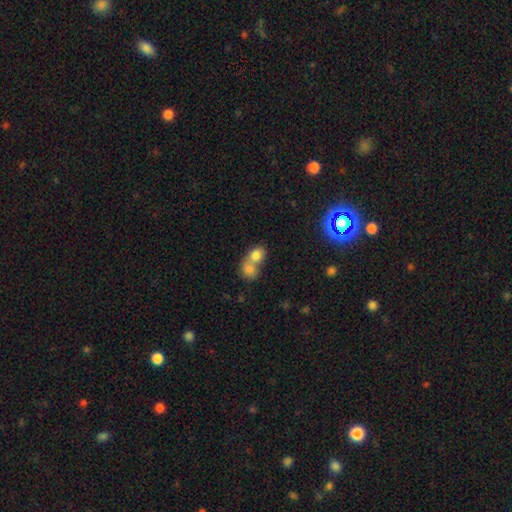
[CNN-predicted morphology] smooth 78%, featured or disk 13%, star or artifact 9%. Down the decision tree: how rounded — round (56%); merging — merger (73%).